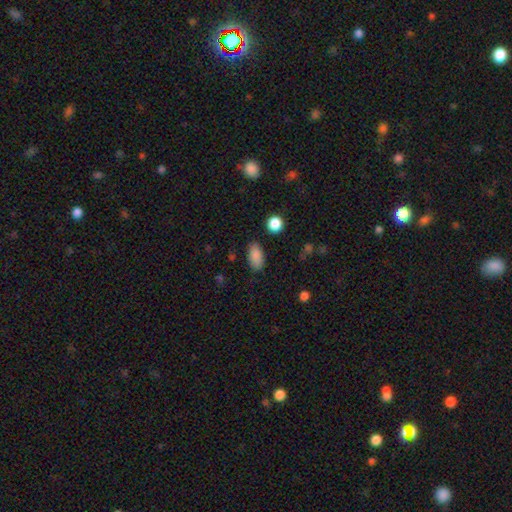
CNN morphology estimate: Q: Smooth or featured?
A: smooth (86%); runner-up: star or artifact (9%)
Q: How rounded?
A: in between (90%); runner-up: round (6%)
Q: Merging?
A: none (82%); runner-up: minor disturbance (12%)